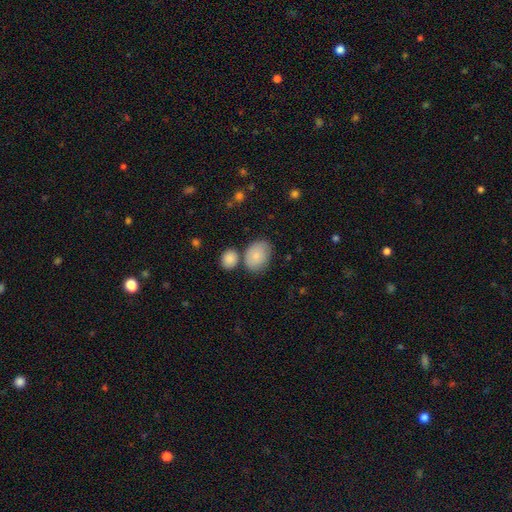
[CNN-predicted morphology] smooth 84%, featured or disk 9%, star or artifact 6%. Down the decision tree: how rounded — in between (75%); merging — none (58%).